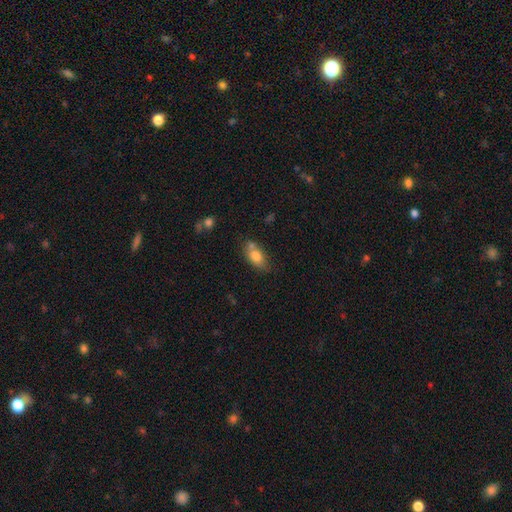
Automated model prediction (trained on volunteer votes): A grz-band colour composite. It shows a smooth galaxy with no disk features (77%) that is in between round and cigar-shaped (85%). Merging: none (53%).